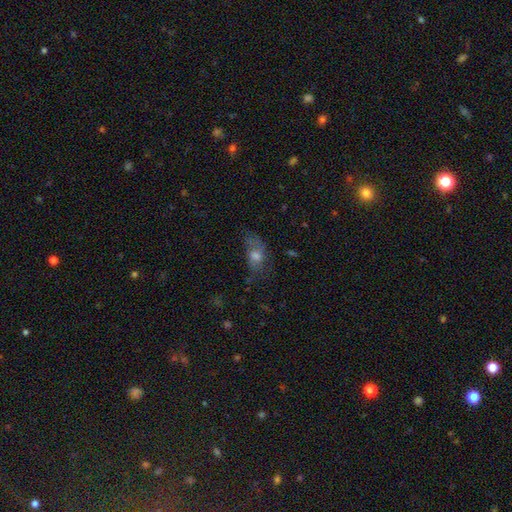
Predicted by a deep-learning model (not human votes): This is possibly a smooth galaxy (58%). How rounded: likely in between (76%). Merging: possibly none (46%).